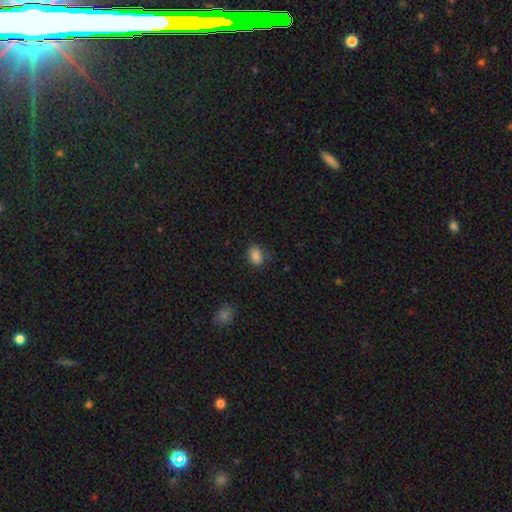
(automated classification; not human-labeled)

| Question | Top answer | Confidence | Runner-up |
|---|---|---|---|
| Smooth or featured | smooth | 86% | star or artifact (10%) |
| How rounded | in between | 71% | round (28%) |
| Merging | none | 80% | minor disturbance (15%) |